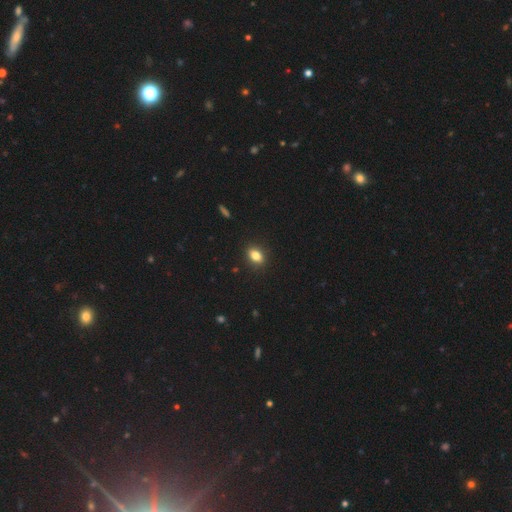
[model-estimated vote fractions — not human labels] A smooth galaxy with no disk features (83%) that is in between round and cigar-shaped (77%).

Vote fractions:
- Smooth or featured? smooth: 83% / star or artifact: 10% / featured or disk: 7%
- How rounded? in between: 77% / round: 20% / cigar-shaped: 2%
- Merging? none: 89% / minor disturbance: 8% / major disturbance: 2% / merger: 1%